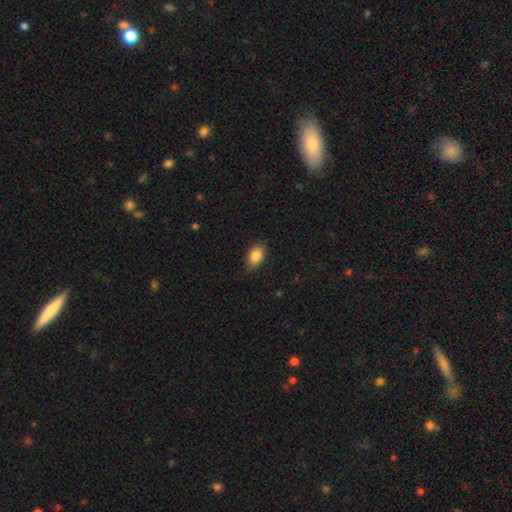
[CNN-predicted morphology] Smooth or featured?
  - smooth: 85% *
  - featured or disk: 8%
  - star or artifact: 7%
How rounded?
  - in between: 88% *
  - round: 8%
  - cigar-shaped: 3%
Merging?
  - none: 77% *
  - minor disturbance: 19%
  - major disturbance: 3%
  - merger: 1%